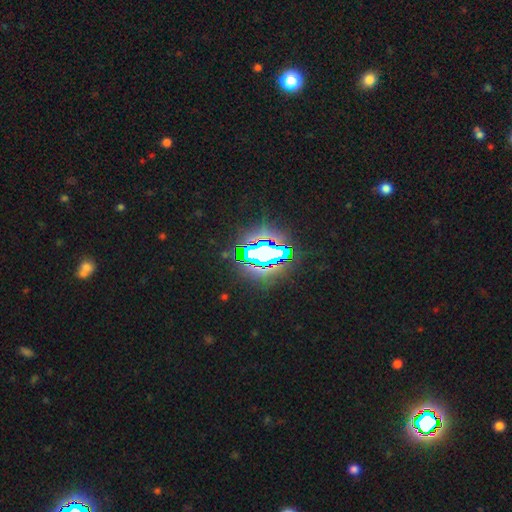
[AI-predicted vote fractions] This is likely a star or artifact rather than a galaxy (71%).